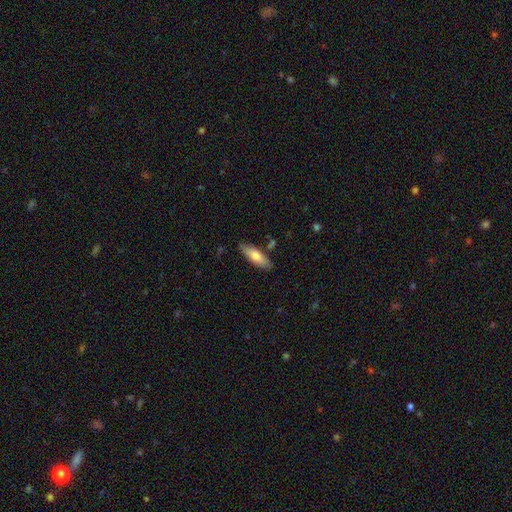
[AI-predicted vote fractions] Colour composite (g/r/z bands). It shows a smooth galaxy with no disk features (75%) that is in between round and cigar-shaped (60%). Merging: none (81%).